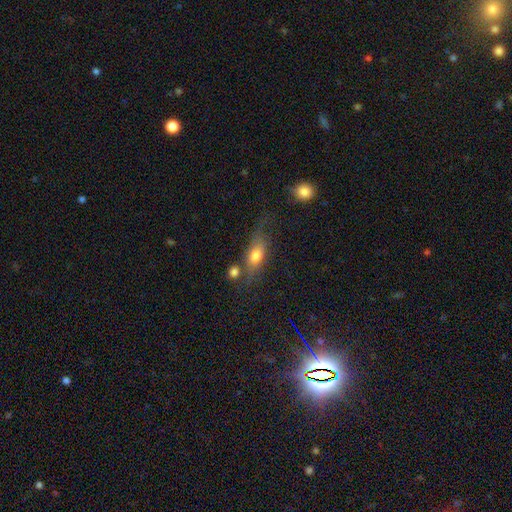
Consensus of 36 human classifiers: Smooth or featured? 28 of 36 (78%) said smooth. How rounded? 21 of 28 (75%) said in between. Merging? 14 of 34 (41%) said none.